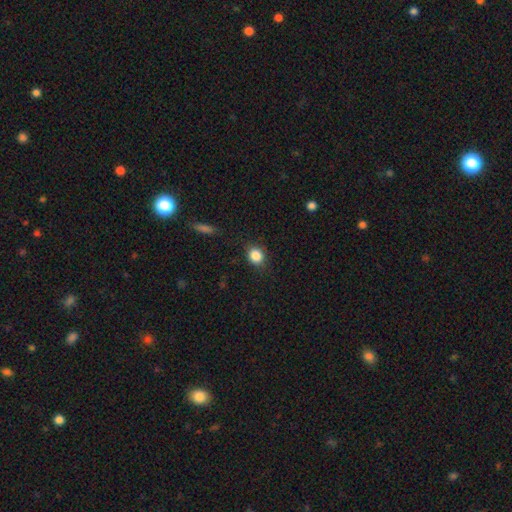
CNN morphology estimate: Overall: smooth (85%). How rounded: round (69%; in between 30%). Merging: none (83%).